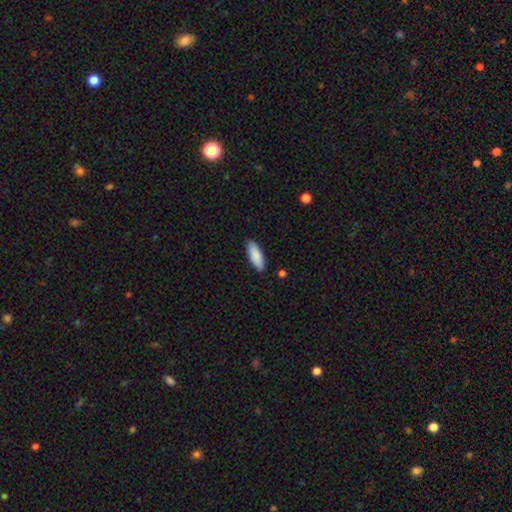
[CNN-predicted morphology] A smooth galaxy with no disk features (88%) that is in between round and cigar-shaped (71%). Merging: none (87%).